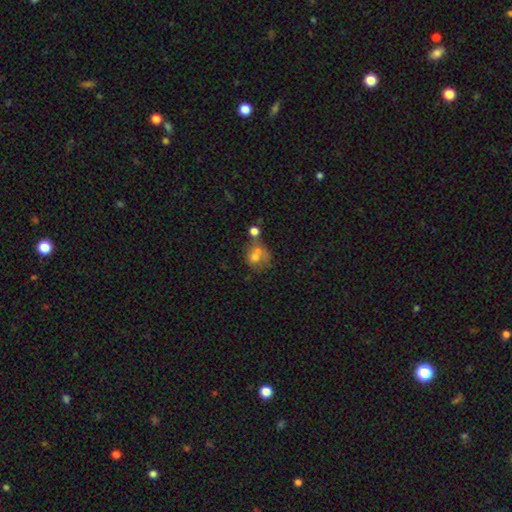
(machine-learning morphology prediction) Smooth or featured? smooth (59%)
How rounded? round (66%)
Merging? merger (49%)